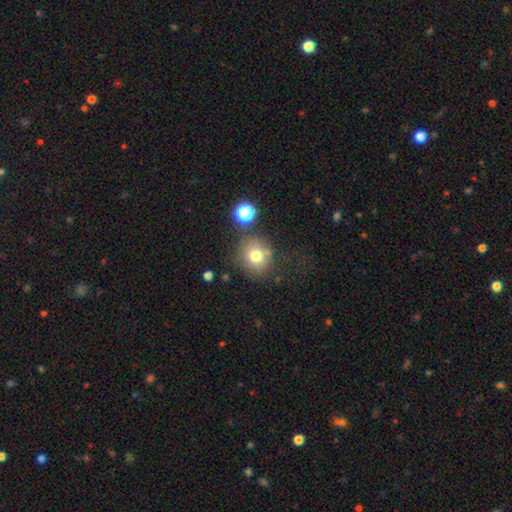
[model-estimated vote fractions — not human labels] This is likely a smooth galaxy (75%). How rounded: clearly round (85%). Merging: likely none (72%).